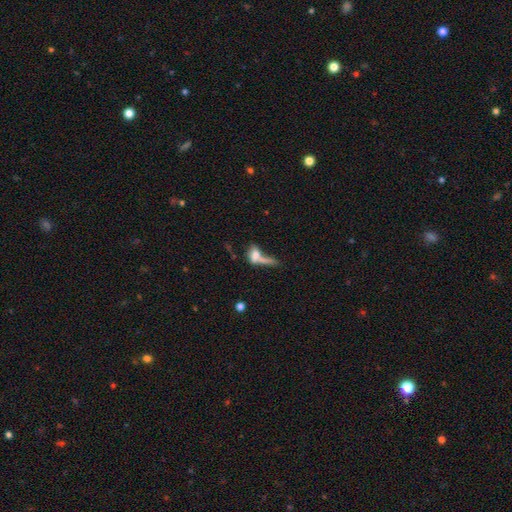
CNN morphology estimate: smooth-or-featured: smooth: 65% | featured or disk: 25% | star or artifact: 10%
  how-rounded: in between: 62% | cigar-shaped: 23% | round: 15%
  merging: merger: 50% | none: 21% | major disturbance: 18% | minor disturbance: 11%